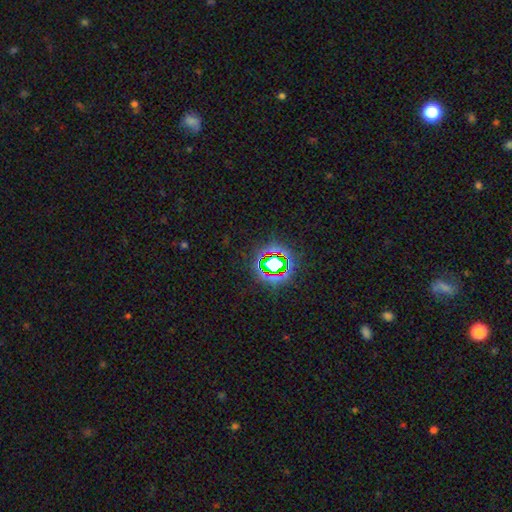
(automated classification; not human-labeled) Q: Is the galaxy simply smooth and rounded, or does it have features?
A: star or artifact — 78%.